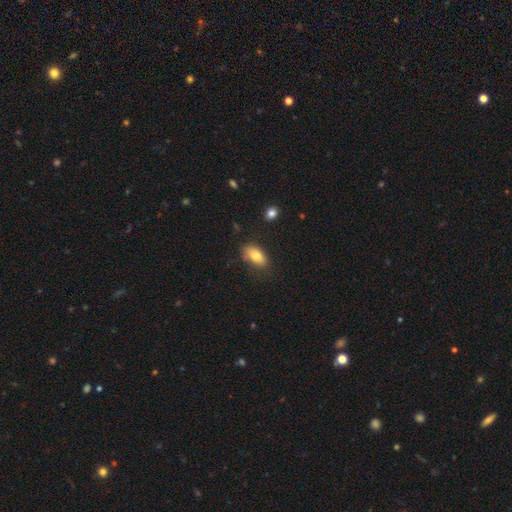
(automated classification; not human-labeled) smooth_or_featured: smooth (p=0.81) [alt: featured or disk p=0.11]
how_rounded: in between (p=0.91) [alt: round p=0.06]
merging: none (p=0.71) [alt: minor disturbance p=0.21]